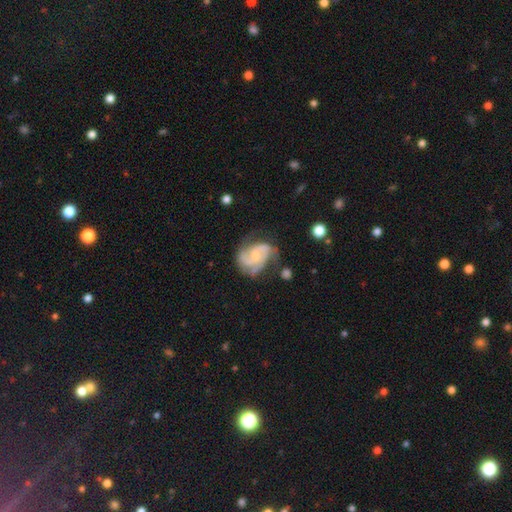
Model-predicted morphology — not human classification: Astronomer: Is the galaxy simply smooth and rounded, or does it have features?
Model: featured or disk — 84%.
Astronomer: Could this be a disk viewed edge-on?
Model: no — 98%.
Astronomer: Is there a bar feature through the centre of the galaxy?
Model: no — 57% (runner-up: weak, 36%).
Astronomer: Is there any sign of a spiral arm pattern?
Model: yes — 95%.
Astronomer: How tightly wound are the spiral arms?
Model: medium — 52% (runner-up: tight, 32%).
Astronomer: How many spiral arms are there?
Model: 2 — 43% (runner-up: 3, 35%).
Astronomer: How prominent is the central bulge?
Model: small — 60%.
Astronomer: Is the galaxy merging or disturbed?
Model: none — 53%.